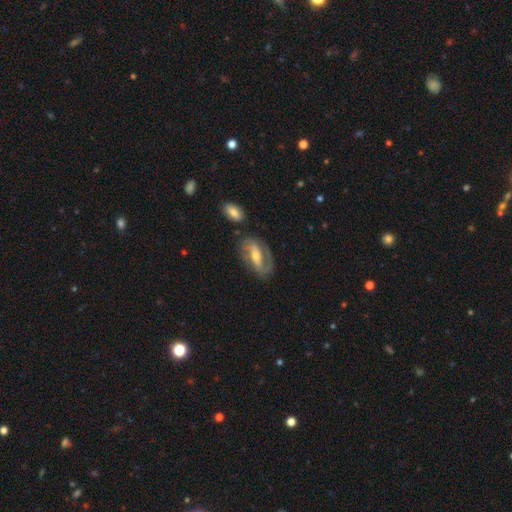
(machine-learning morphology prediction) smooth_or_featured: featured or disk (p=0.79) [alt: smooth p=0.16]
disk_edge_on: no (p=0.93) [alt: yes p=0.07]
bar: strong (p=0.46) [alt: weak p=0.34]
has_spiral_arms: yes (p=0.88) [alt: no p=0.12]
spiral_winding: medium (p=0.45) [alt: tight p=0.33]
spiral_arm_count: 2 (p=0.76) [alt: 1 p=0.10]
bulge_size: moderate (p=0.58) [alt: small p=0.36]
merging: none (p=0.72) [alt: minor disturbance p=0.17]